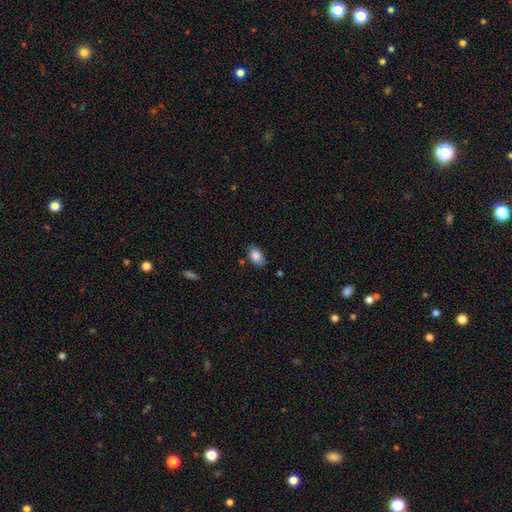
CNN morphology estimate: Smooth or featured?
  - smooth: 85% *
  - featured or disk: 8%
  - star or artifact: 7%
How rounded?
  - in between: 90% *
  - round: 9%
  - cigar-shaped: 2%
Merging?
  - none: 75% *
  - minor disturbance: 19%
  - major disturbance: 3%
  - merger: 2%